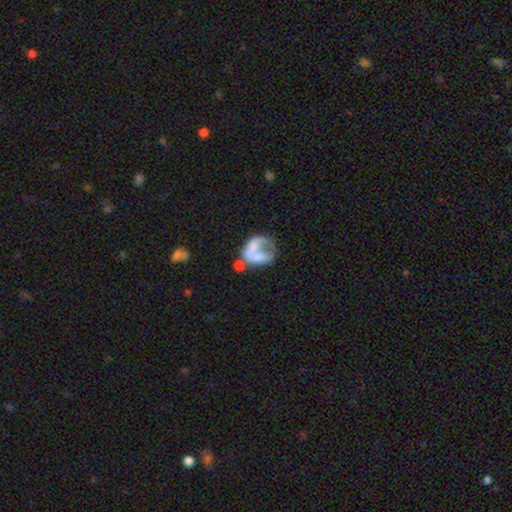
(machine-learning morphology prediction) Smooth or featured? smooth (46%)
Merging? major disturbance (38%)